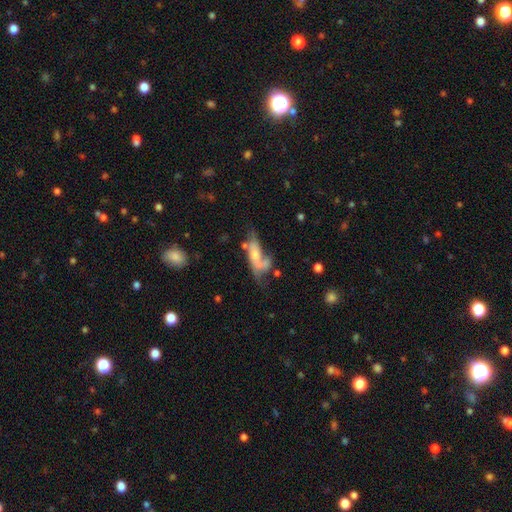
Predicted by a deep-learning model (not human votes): Smooth or featured? featured or disk (47%)
Merging? merger (42%)